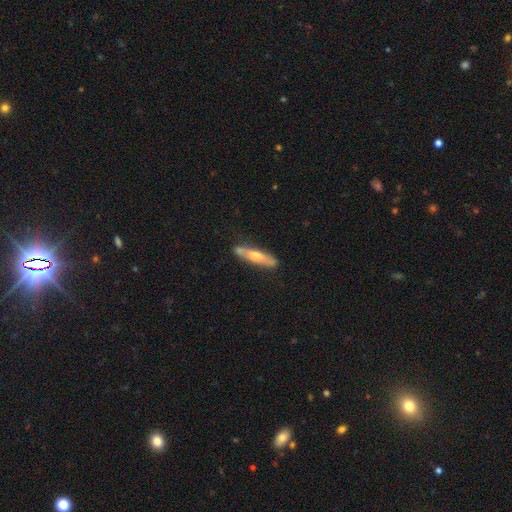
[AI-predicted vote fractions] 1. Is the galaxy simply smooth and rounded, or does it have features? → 51% smooth, 43% featured or disk, 6% star or artifact.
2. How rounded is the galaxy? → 83% cigar-shaped, 15% in between, 2% round.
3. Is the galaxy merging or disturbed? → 78% none, 15% minor disturbance, 4% merger, 3% major disturbance.